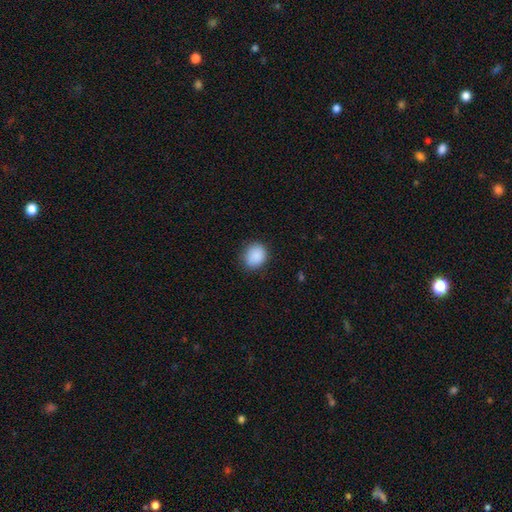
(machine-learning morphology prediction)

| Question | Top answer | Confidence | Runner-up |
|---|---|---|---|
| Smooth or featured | smooth | 89% | star or artifact (8%) |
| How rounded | round | 66% | in between (33%) |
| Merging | none | 82% | minor disturbance (14%) |